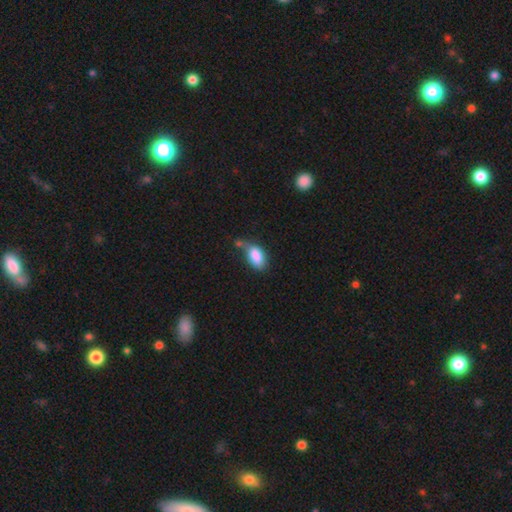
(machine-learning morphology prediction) This appears to be a smooth galaxy with no disk features (85%) that is in between round and cigar-shaped (91%). Merging: none (40%).